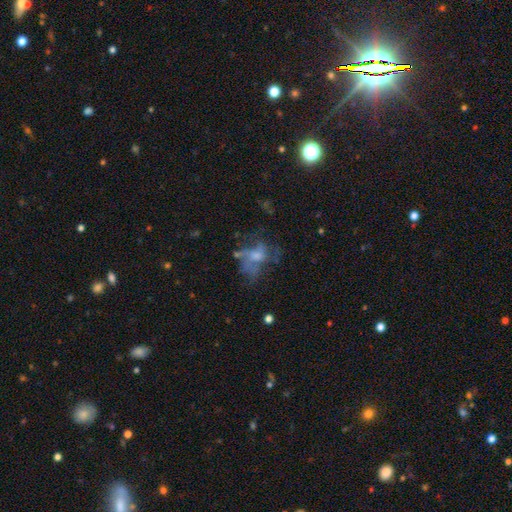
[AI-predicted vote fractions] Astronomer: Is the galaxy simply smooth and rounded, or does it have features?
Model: featured or disk — 53% (runner-up: smooth, 29%).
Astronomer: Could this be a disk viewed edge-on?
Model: no — 97%.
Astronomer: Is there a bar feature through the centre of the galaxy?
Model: no — 80%.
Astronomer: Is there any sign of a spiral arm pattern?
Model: no — 67%.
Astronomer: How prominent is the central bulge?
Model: moderate — 38% (runner-up: small, 29%).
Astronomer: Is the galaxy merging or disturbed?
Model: major disturbance — 40% (runner-up: none, 37%).